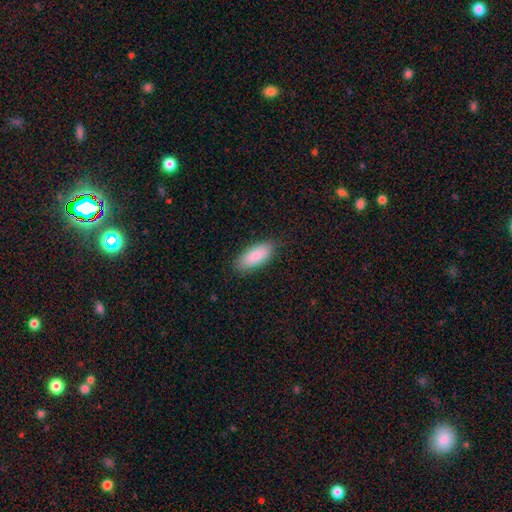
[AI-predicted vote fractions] smooth-or-featured: smooth: 87% | featured or disk: 7% | star or artifact: 6%
  how-rounded: in between: 85% | cigar-shaped: 13% | round: 2%
  merging: none: 85% | minor disturbance: 11% | major disturbance: 2% | merger: 1%